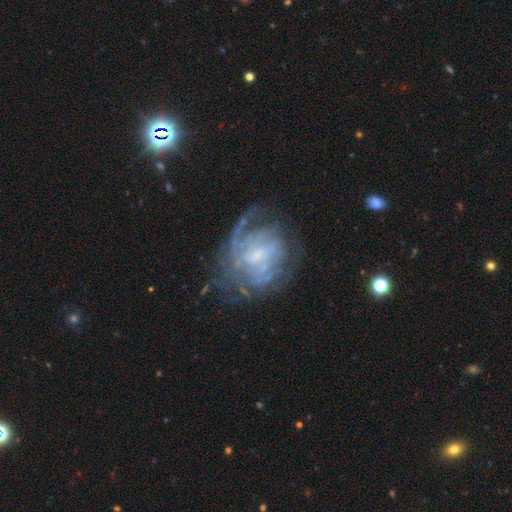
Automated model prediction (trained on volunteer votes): This appears to be a featured or disk galaxy (75%) with a weak bar (48%), tight (46%) spiral arms (77%) and a small central bulge (50%). Merging: none (58%).